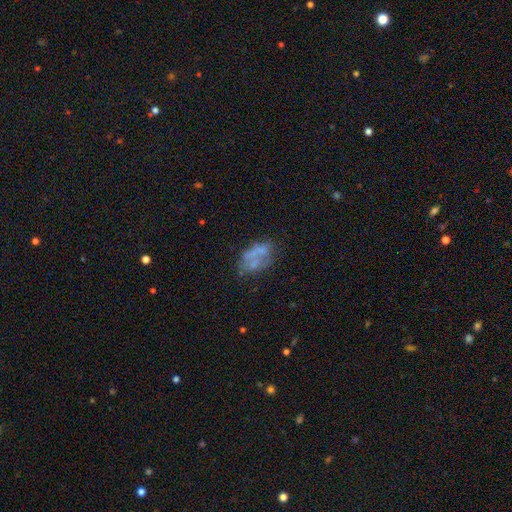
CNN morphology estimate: Smooth or featured?
  - featured or disk: 47% *
  - smooth: 39%
  - star or artifact: 14%
Merging?
  - none: 46% *
  - minor disturbance: 23%
  - major disturbance: 20%
  - merger: 12%